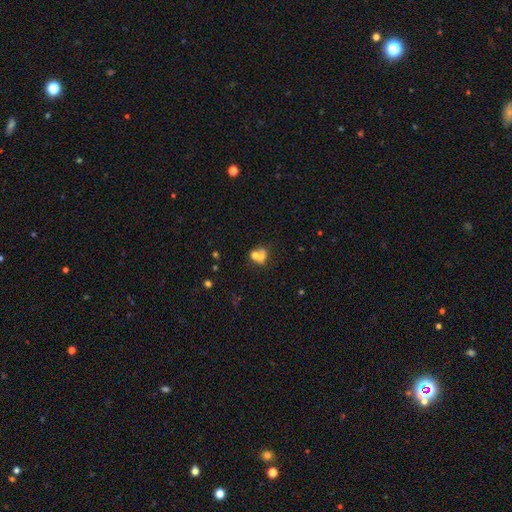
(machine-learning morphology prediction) Q: Smooth or featured?
A: smooth (61%); runner-up: featured or disk (26%)
Q: How rounded?
A: round (66%); runner-up: in between (33%)
Q: Merging?
A: merger (64%); runner-up: none (25%)